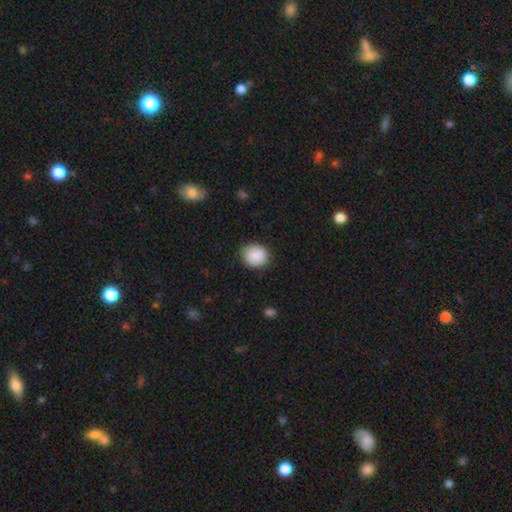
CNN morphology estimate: The model was most divided on "how rounded": round: 77%, in between: 22%, cigar-shaped: 1%. More confident: smooth or featured — smooth (89%); merging — none (83%).